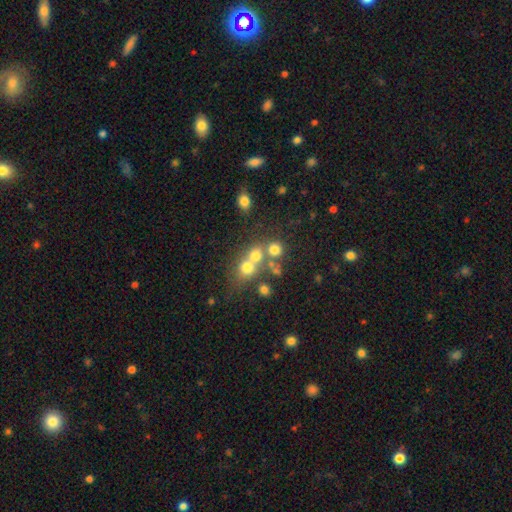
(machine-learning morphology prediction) Smooth or featured? Predicted: smooth (p=0.65). How rounded? Predicted: round (p=0.80). Merging? Predicted: merger (p=0.48).